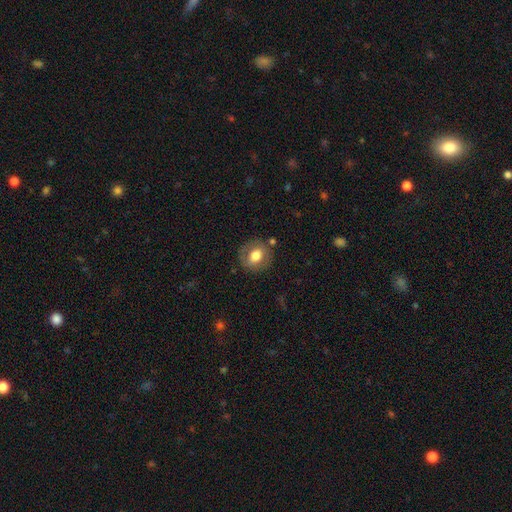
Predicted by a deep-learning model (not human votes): The model was most divided on "how rounded": round: 64%, in between: 35%, cigar-shaped: 1%. More confident: merging — none (79%); smooth or featured — smooth (65%).